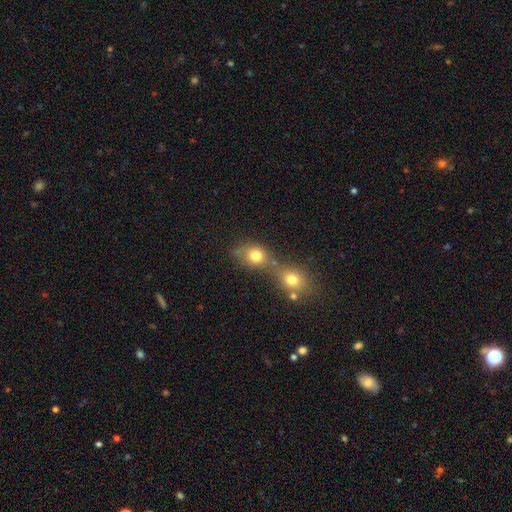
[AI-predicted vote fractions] smooth 76%, star or artifact 13%, featured or disk 11%. Down the decision tree: how rounded — round (63%); merging — merger (54%).